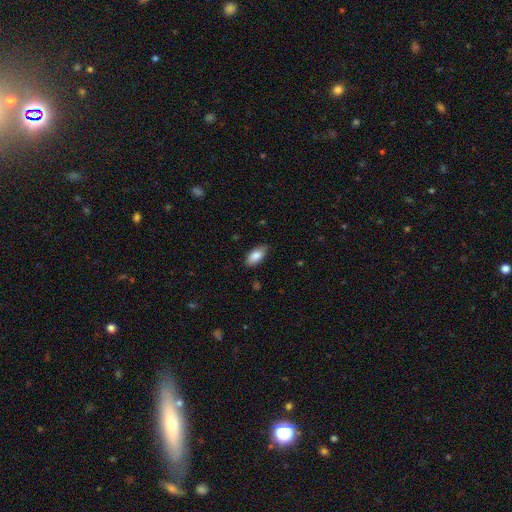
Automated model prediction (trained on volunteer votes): Smooth or featured: smooth — 83% (featured or disk — 10%)
How rounded: in between — 90% (cigar-shaped — 7%)
Merging: none — 80% (minor disturbance — 17%)